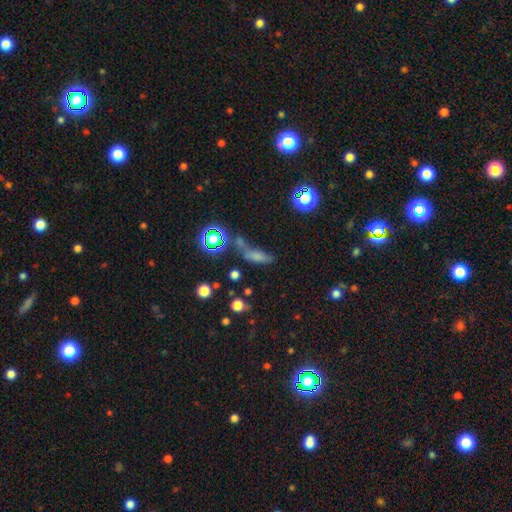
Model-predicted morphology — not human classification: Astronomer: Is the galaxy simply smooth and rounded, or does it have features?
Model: smooth — 61%.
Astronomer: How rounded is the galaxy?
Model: in between — 46% (runner-up: cigar-shaped, 44%).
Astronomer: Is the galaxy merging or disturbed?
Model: none — 42% (runner-up: merger, 28%).